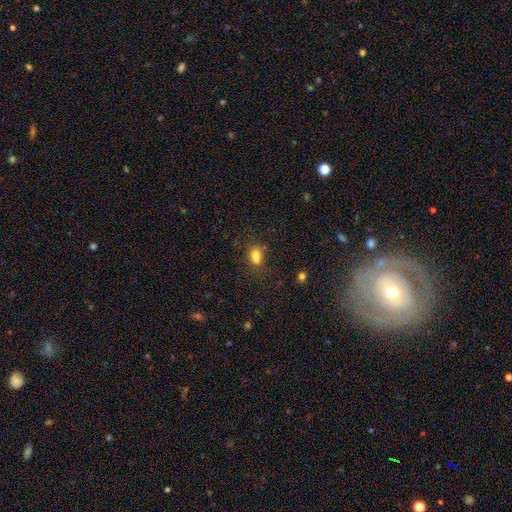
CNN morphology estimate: A smooth galaxy with no disk features (72%) that is in between round and cigar-shaped (60%). Merging: none (42%).